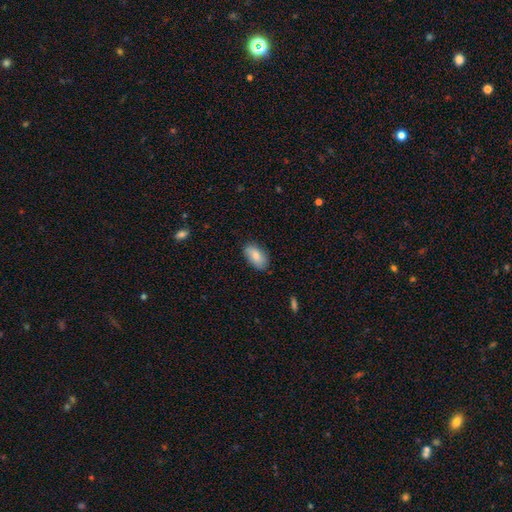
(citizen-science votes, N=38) smooth_or_featured: smooth (p=0.79) [alt: featured or disk p=0.18]
how_rounded: in between (p=0.97) [alt: round p=0.03]
merging: none (p=0.92) [alt: minor disturbance p=0.05]